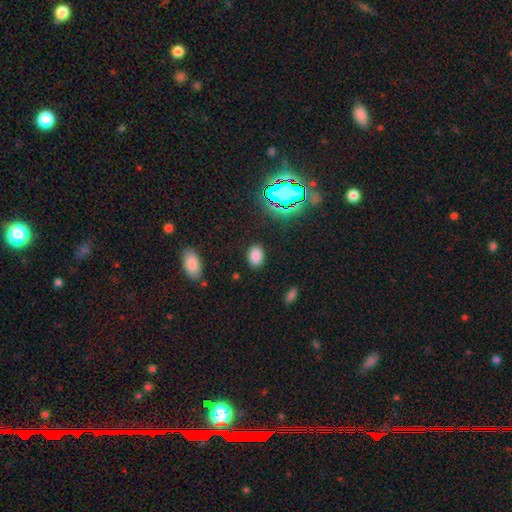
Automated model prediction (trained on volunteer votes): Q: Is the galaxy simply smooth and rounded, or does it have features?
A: smooth — 78%.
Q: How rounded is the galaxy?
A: in between — 78%.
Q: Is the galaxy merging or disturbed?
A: none — 86%.